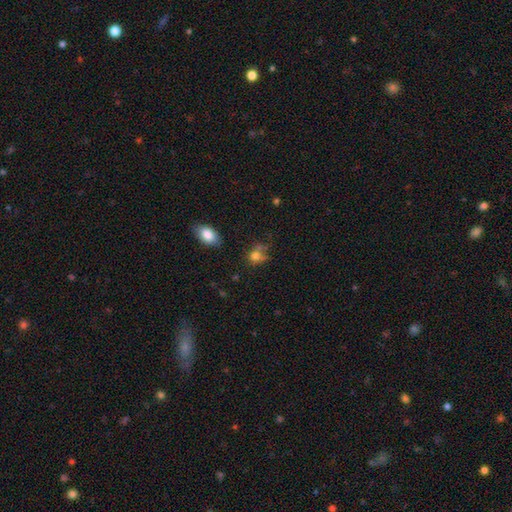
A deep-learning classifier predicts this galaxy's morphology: Smooth or featured: smooth — 76% (star or artifact — 14%)
How rounded: round — 66% (in between — 32%)
Merging: none — 50% (minor disturbance — 20%)